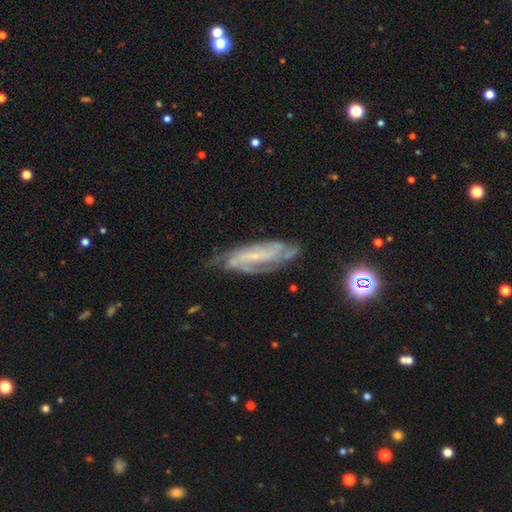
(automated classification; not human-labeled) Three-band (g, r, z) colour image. It shows a featured or disk galaxy (76%) with no bar (43%), tight (49%) spiral arms (90%) and a small central bulge (63%). Merging: none (63%).